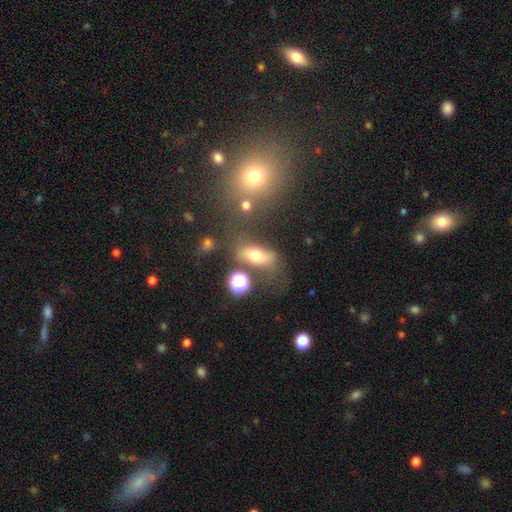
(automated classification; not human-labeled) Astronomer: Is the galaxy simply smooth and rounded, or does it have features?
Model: smooth — 57%.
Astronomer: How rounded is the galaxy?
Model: in between — 68%.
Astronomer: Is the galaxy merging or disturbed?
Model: none — 51%.